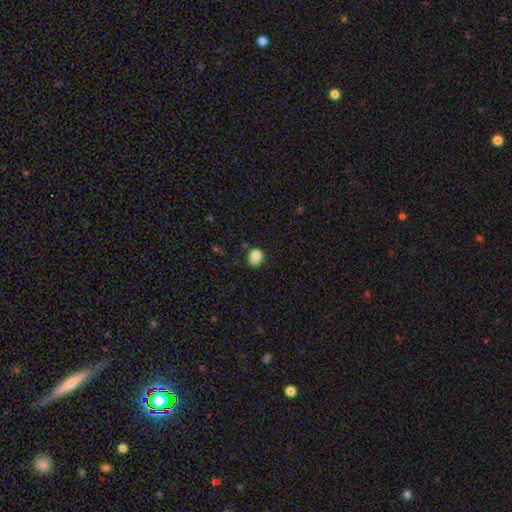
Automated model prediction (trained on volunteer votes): Overall: smooth (84%). How rounded: round (63%; in between 36%). Merging: none (68%).